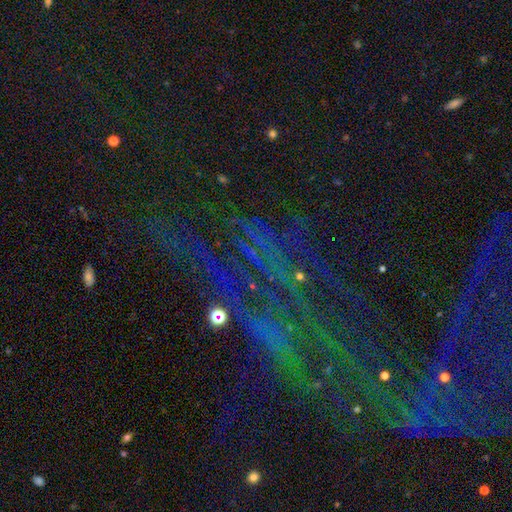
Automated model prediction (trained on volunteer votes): Smooth or featured?
  - star or artifact: 74% *
  - featured or disk: 14%
  - smooth: 12%